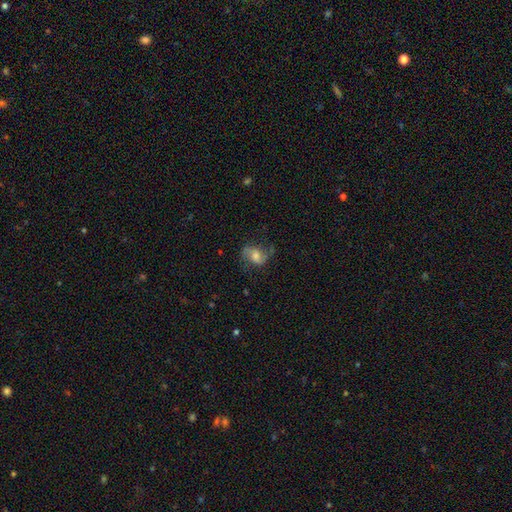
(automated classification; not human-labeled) This appears to be a featured or disk galaxy (62%) with no bar (45%), 2 (88%) loose (50%) spiral arms (89%) and a moderate central bulge (54%). Merging: none (67%).